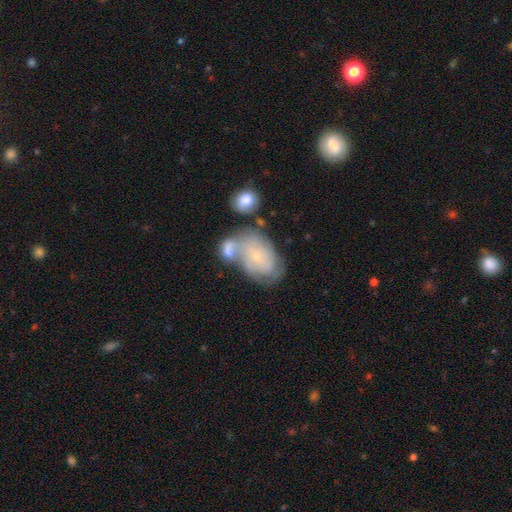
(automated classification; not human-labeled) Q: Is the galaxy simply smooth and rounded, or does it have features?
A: featured or disk — 54%.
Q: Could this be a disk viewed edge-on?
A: no — 95%.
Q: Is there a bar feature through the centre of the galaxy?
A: no — 81%.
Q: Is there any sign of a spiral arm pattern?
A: yes — 66%.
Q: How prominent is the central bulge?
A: small — 78%.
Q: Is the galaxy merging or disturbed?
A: merger — 37%.